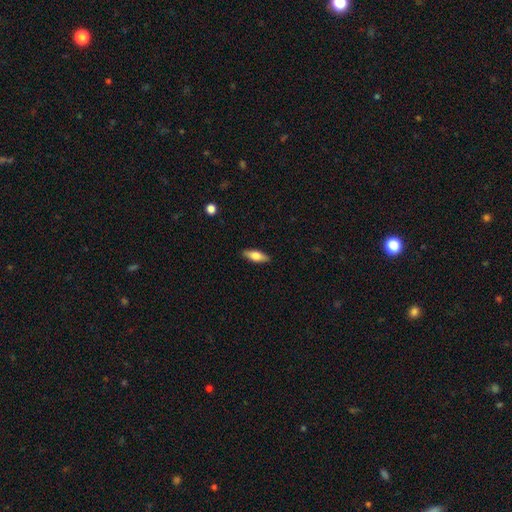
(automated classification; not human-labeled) This appears to be a smooth galaxy with no disk features (70%) that is in between round and cigar-shaped (65%). Merging: none (88%).